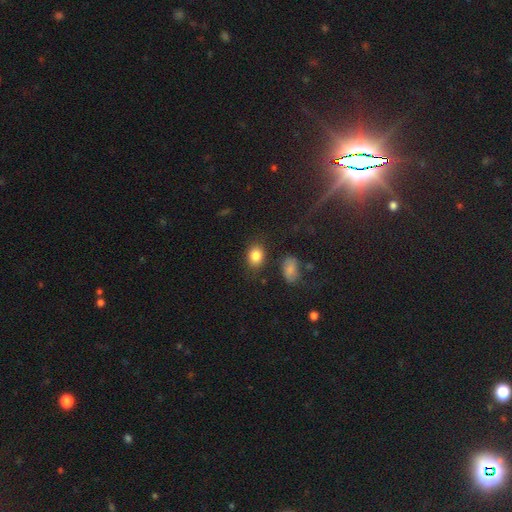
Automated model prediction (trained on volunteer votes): A smooth galaxy with no disk features (85%) that is in between round and cigar-shaped (61%).

Vote fractions:
- Smooth or featured? smooth: 85% / star or artifact: 9% / featured or disk: 6%
- How rounded? in between: 61% / round: 38% / cigar-shaped: 1%
- Merging? none: 80% / minor disturbance: 13% / major disturbance: 4% / merger: 4%